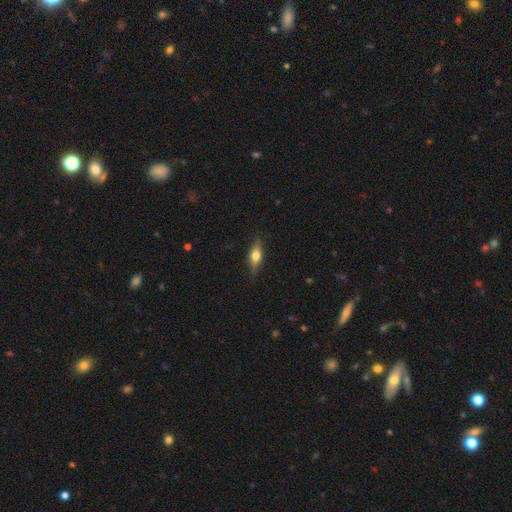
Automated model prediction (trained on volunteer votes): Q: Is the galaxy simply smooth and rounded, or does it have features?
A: smooth — 59%.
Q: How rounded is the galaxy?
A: in between — 66%.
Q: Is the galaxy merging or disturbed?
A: none — 80%.